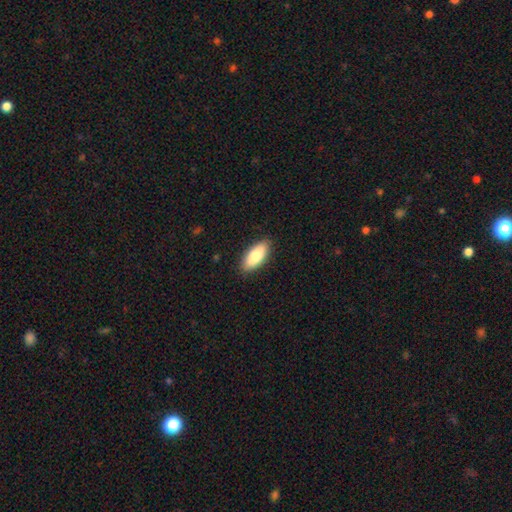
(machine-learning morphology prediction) The model was most divided on "how rounded": in between: 82%, cigar-shaped: 16%, round: 2%. More confident: merging — none (88%); smooth or featured — smooth (83%).